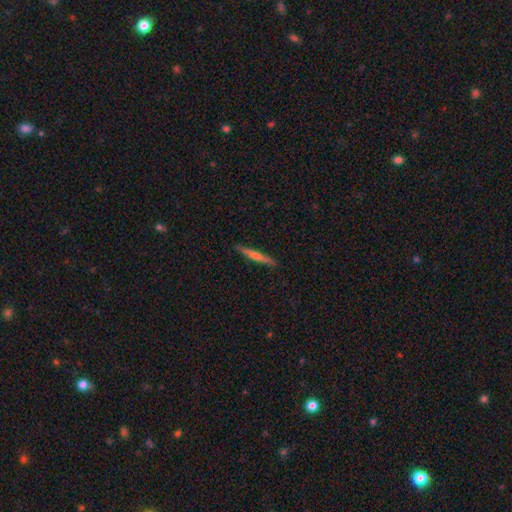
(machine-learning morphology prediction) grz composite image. It shows a featured or disk galaxy (61%) viewed edge-on (97%) with a rounded central bulge (67%). Merging: none (91%).